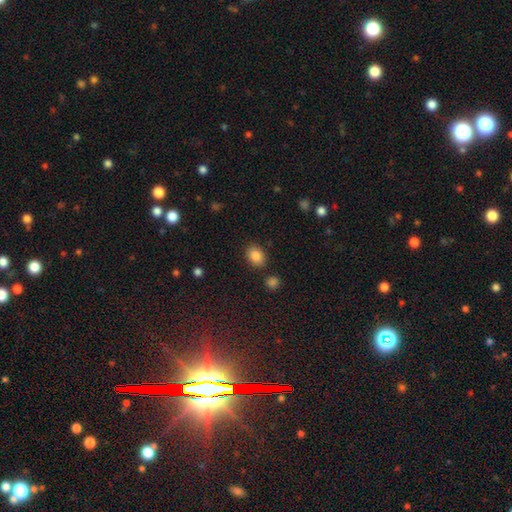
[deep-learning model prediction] smooth 86%, star or artifact 9%, featured or disk 5%. Down the decision tree: how rounded — in between (73%); merging — none (80%).